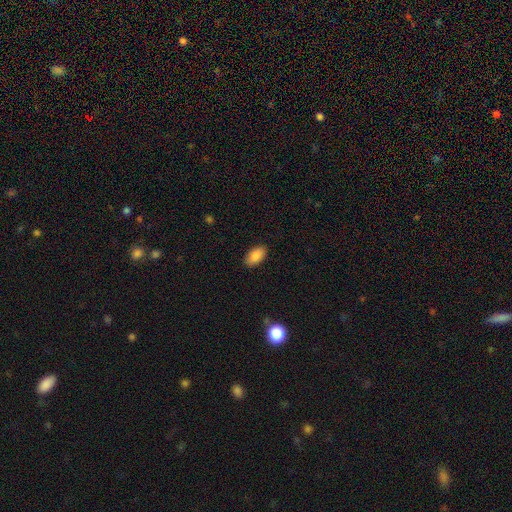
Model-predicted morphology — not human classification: Overall: smooth (88%). How rounded: in between (94%). Merging: none (89%).